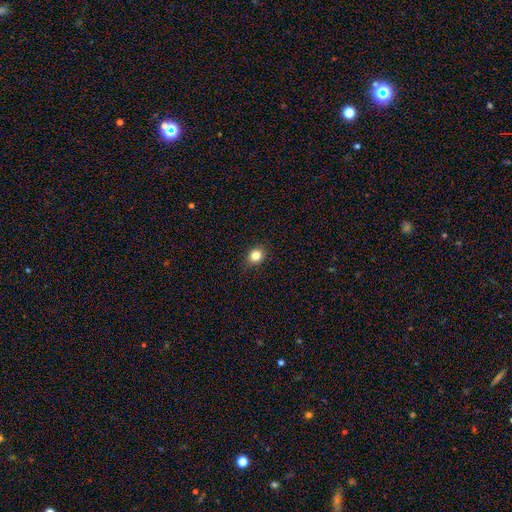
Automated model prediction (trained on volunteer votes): Smooth or featured? Predicted: smooth (p=0.83). How rounded? Predicted: round (p=0.68). Merging? Predicted: none (p=0.88).